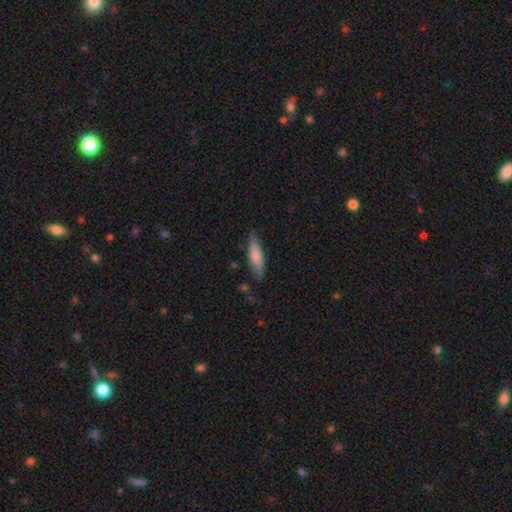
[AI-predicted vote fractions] A smooth galaxy with no disk features (72%) that is cigar-shaped (67%).

Vote fractions:
- Smooth or featured? smooth: 72% / featured or disk: 23% / star or artifact: 6%
- How rounded? cigar-shaped: 67% / in between: 31% / round: 2%
- Merging? none: 80% / minor disturbance: 16% / major disturbance: 3% / merger: 2%